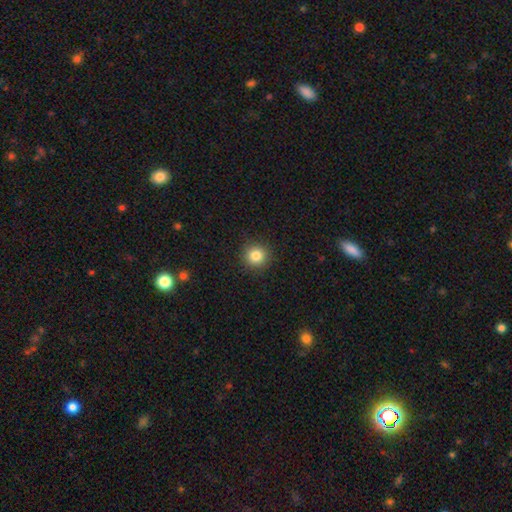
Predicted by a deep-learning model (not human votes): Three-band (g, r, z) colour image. It shows a smooth galaxy with no disk features (84%) that is round (94%). Merging: none (91%).